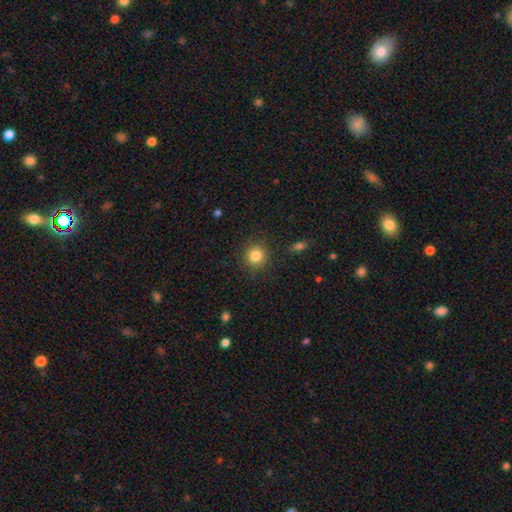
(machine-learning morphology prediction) smooth 83%, star or artifact 11%, featured or disk 6%. Down the decision tree: how rounded — round (90%); merging — none (88%).